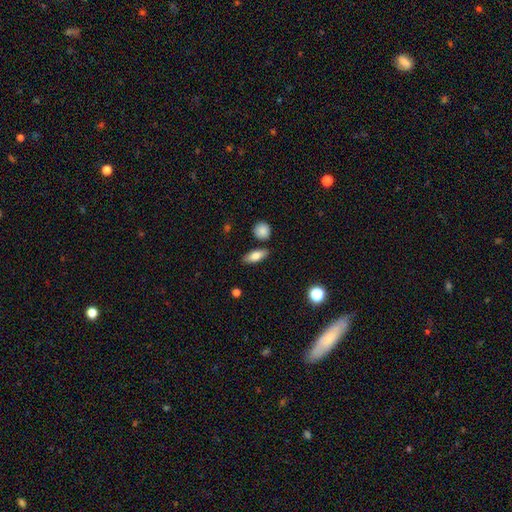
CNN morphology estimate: A smooth galaxy with no disk features (77%) that is in between round and cigar-shaped (73%). Merging: none (81%).